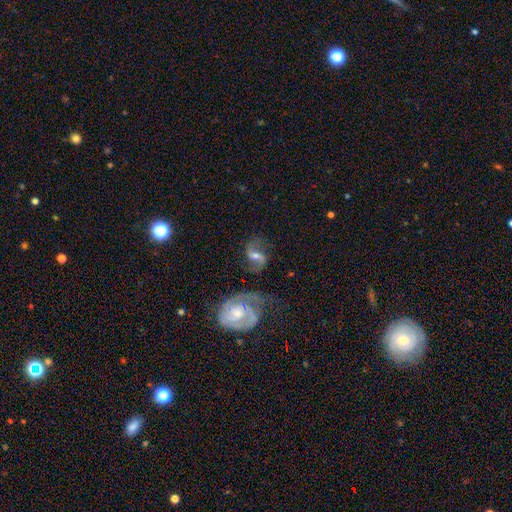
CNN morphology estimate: Smooth or featured?
  - featured or disk: 82% *
  - smooth: 11%
  - star or artifact: 7%
Edge-on disk?
  - no: 97% *
  - yes: 3%
Bar?
  - weak: 47% *
  - strong: 32%
  - no: 21%
Spiral arms?
  - yes: 95% *
  - no: 5%
Spiral winding?
  - loose: 48% *
  - medium: 41%
  - tight: 11%
Spiral arm count?
  - 2: 92% *
  - can't tell: 3%
  - 1: 2%
  - 3: 1%
  - 4: 1%
  - more than 4: 1%
Bulge size?
  - moderate: 56% *
  - small: 35%
  - large: 5%
  - none: 3%
  - dominant: 1%
Merging?
  - none: 63% *
  - minor disturbance: 18%
  - major disturbance: 11%
  - merger: 9%